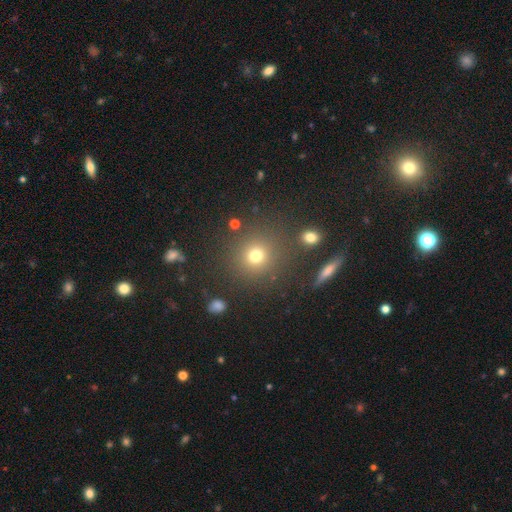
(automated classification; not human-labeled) A smooth galaxy with no disk features (73%) that is round (90%).

Vote fractions:
- Smooth or featured? smooth: 73% / star or artifact: 19% / featured or disk: 7%
- How rounded? round: 90% / in between: 9% / cigar-shaped: 1%
- Merging? none: 83% / minor disturbance: 8% / merger: 5% / major disturbance: 4%